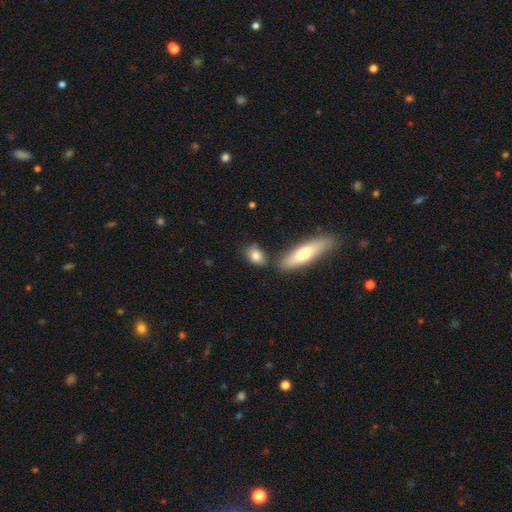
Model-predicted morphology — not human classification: Overall: smooth (82%). How rounded: in between (79%). Merging: none (68%).